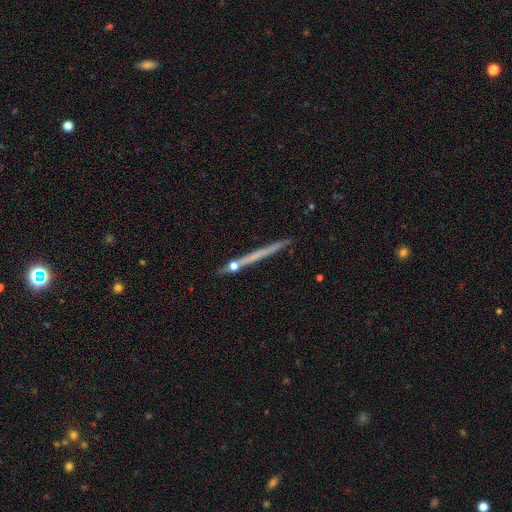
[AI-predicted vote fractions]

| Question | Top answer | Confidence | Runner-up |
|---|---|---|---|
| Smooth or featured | featured or disk | 50% | smooth (42%) |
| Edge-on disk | yes | 97% | no (3%) |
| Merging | none | 85% | minor disturbance (9%) |